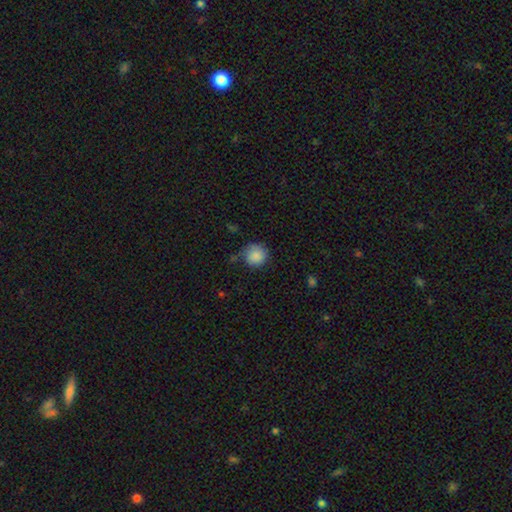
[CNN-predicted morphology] Overall: smooth (86%). How rounded: round (91%). Merging: none (63%; minor disturbance 25%).